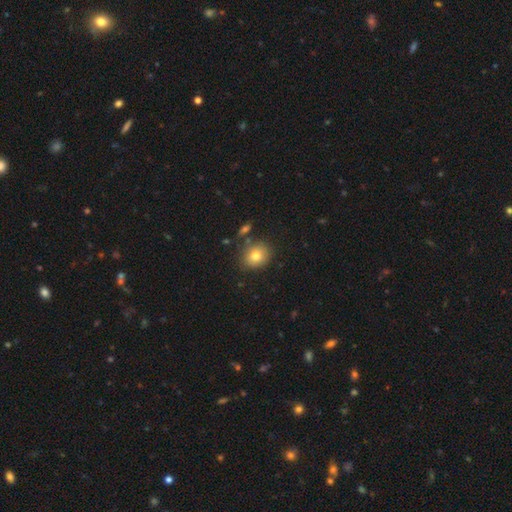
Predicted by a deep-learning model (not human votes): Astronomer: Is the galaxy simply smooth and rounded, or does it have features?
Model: smooth — 78%.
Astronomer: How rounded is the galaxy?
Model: round — 64%.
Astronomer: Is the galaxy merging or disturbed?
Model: none — 79%.